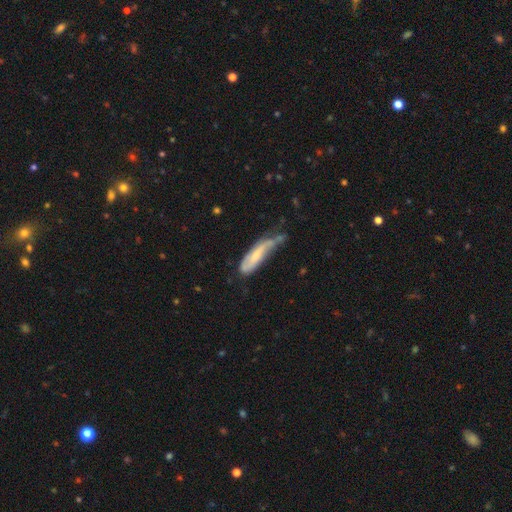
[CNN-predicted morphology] smooth 48%, featured or disk 45%, star or artifact 7%. Down the decision tree: merging — minor disturbance (39%).